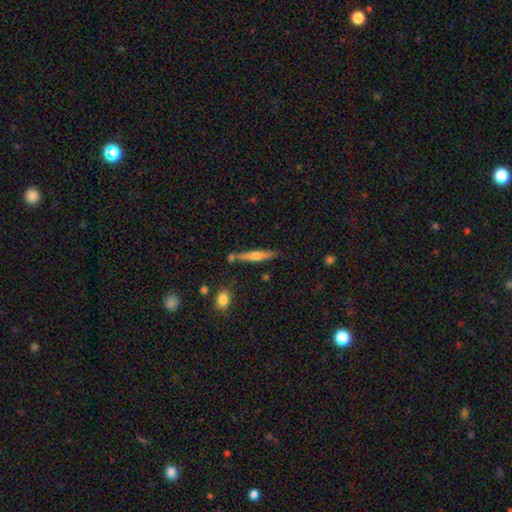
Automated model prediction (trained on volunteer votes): Smooth or featured? featured or disk (48%)
Merging? none (78%)